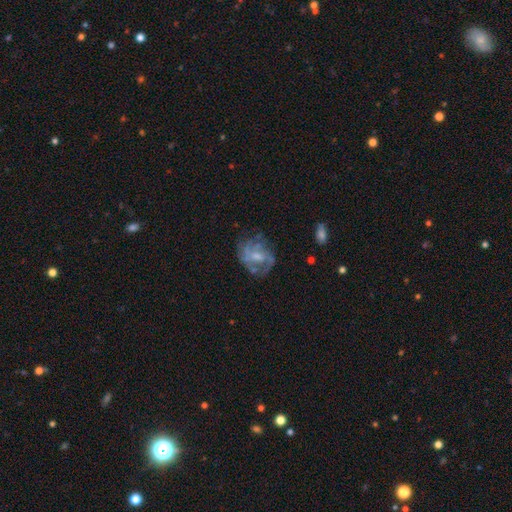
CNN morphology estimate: A featured or disk galaxy (70%) with no bar (56%), spiral arms (66%) and a moderate central bulge (44%).

Vote fractions:
- Smooth or featured? featured or disk: 70% / smooth: 22% / star or artifact: 8%
- Edge-on disk? no: 97% / yes: 3%
- Bar? no: 56% / weak: 37% / strong: 7%
- Spiral arms? yes: 66% / no: 34%
- Bulge size? moderate: 44% / small: 35% / none: 14% / large: 5% / dominant: 1%
- Merging? none: 57% / minor disturbance: 22% / major disturbance: 19% / merger: 3%